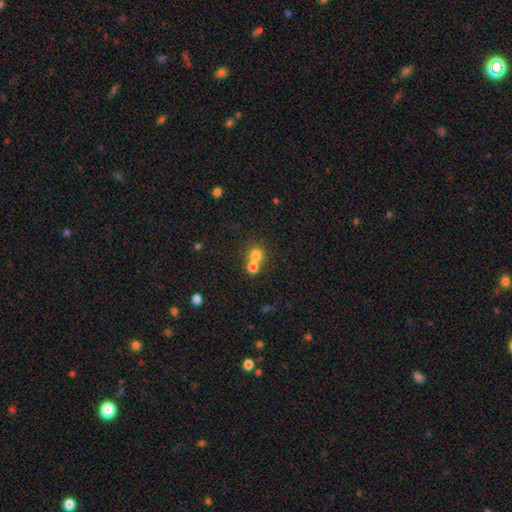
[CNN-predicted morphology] Smooth or featured? smooth (76%)
How rounded? round (86%)
Merging? merger (49%)